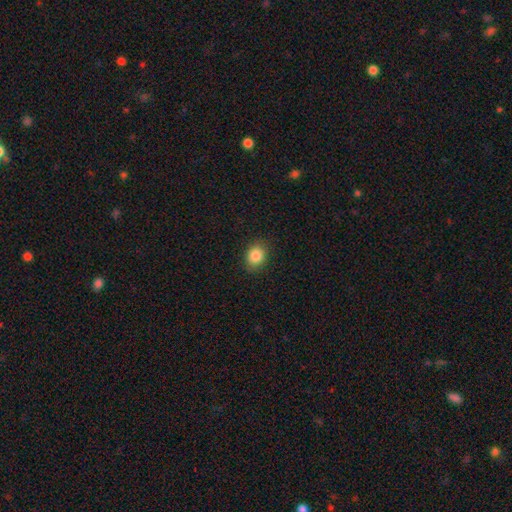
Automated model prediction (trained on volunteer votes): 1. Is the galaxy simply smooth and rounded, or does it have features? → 85% smooth, 9% star or artifact, 5% featured or disk.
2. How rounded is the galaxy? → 58% round, 41% in between, 1% cigar-shaped.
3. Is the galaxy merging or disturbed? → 87% none, 10% minor disturbance, 3% major disturbance, 1% merger.